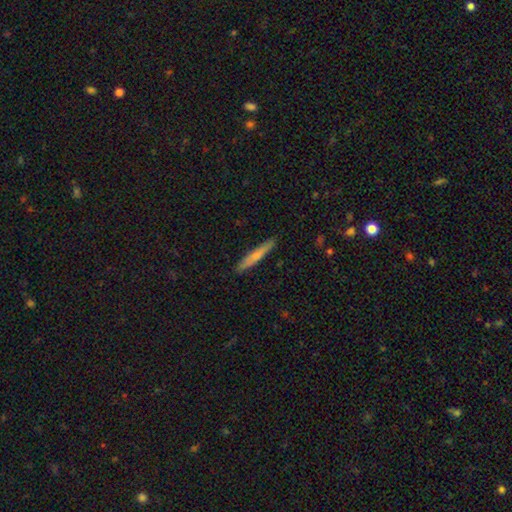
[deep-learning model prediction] A smooth galaxy with no disk features (57%) that is cigar-shaped (94%). Merging: none (90%).